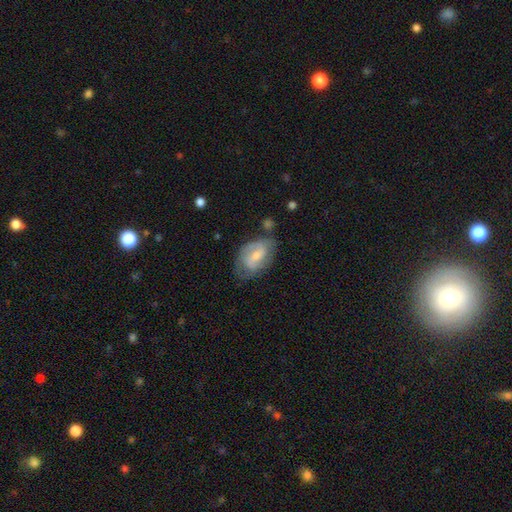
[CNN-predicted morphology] This appears to be a featured or disk galaxy (59%) with a weak bar (49%), spiral arms (80%) and a moderate central bulge (47%). Merging: none (57%).